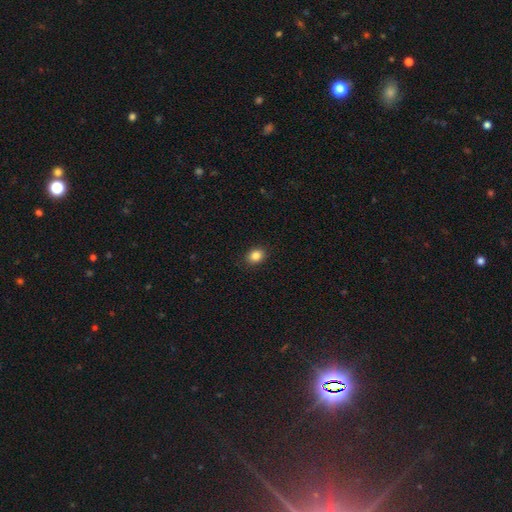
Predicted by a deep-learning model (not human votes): smooth_or_featured: smooth (p=0.85) [alt: star or artifact p=0.10]
how_rounded: in between (p=0.55) [alt: round p=0.44]
merging: none (p=0.90) [alt: minor disturbance p=0.08]